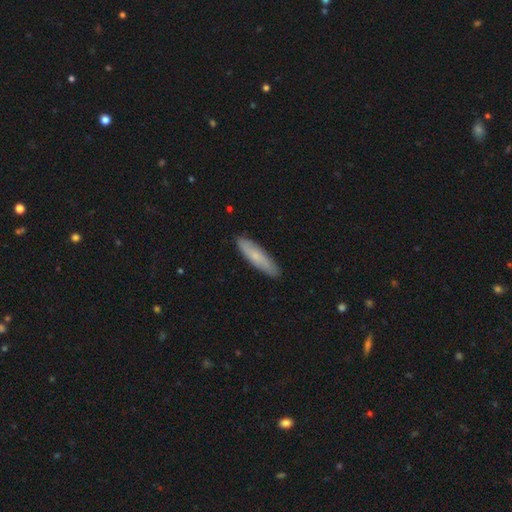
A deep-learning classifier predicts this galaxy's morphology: Q: Smooth or featured?
A: smooth (65%); runner-up: featured or disk (28%)
Q: How rounded?
A: cigar-shaped (76%); runner-up: in between (22%)
Q: Merging?
A: none (88%); runner-up: minor disturbance (9%)